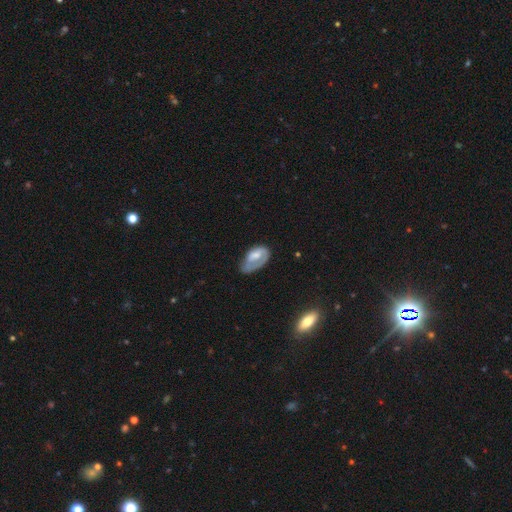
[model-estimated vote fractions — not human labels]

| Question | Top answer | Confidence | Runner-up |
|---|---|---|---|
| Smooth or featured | smooth | 49% | featured or disk (44%) |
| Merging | none | 35% | minor disturbance (32%) |